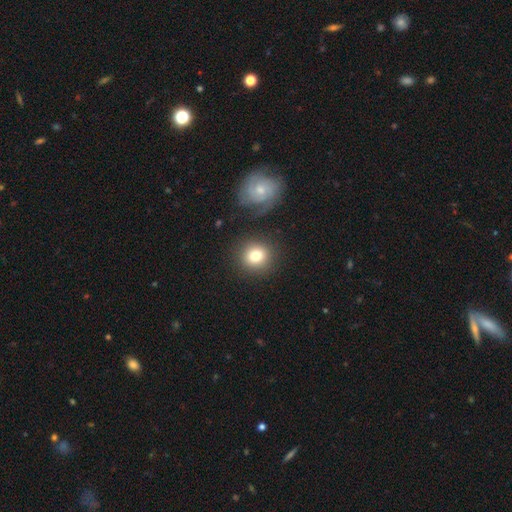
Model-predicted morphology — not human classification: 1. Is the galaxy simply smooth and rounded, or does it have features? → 79% smooth, 11% featured or disk, 10% star or artifact.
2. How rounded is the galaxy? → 88% round, 11% in between, 1% cigar-shaped.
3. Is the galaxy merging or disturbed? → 84% none, 9% minor disturbance, 4% merger, 4% major disturbance.